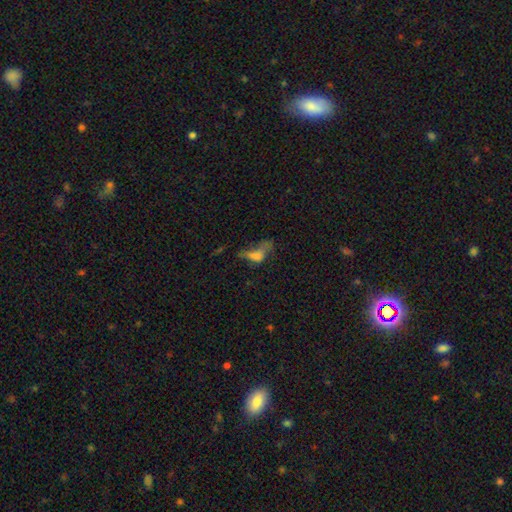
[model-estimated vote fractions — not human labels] Morphology: type=smooth (57%); roundness=in between (79%); merging=major disturbance (50%).